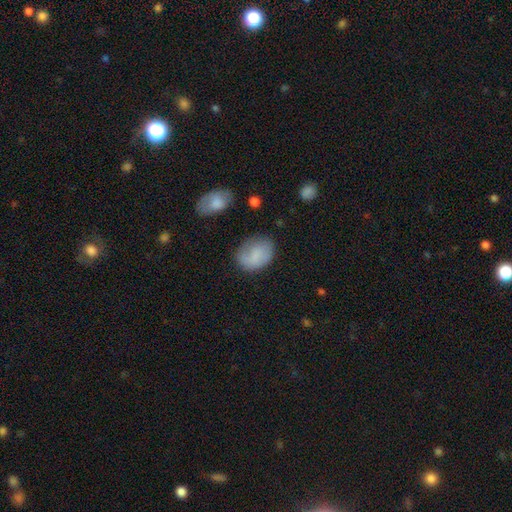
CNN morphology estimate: Smooth or featured: smooth — 75% (featured or disk — 17%)
How rounded: in between — 69% (round — 30%)
Merging: none — 63% (minor disturbance — 26%)